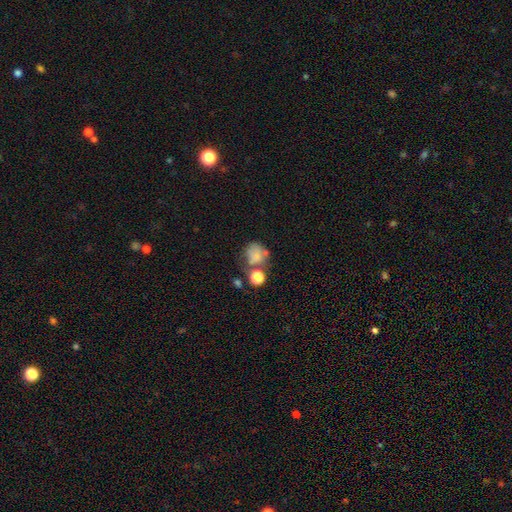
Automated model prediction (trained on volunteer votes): smooth 70%, featured or disk 17%, star or artifact 14%. Down the decision tree: how rounded — round (65%); merging — none (38%).